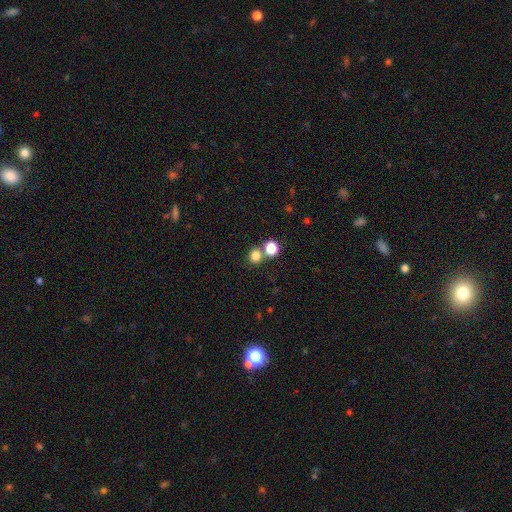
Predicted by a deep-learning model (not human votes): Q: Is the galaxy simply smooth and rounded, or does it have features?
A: smooth — 80%.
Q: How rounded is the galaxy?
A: round — 82%.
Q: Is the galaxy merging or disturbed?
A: none — 61%.